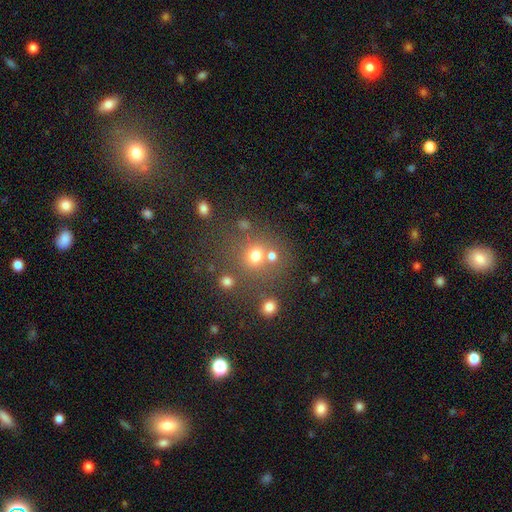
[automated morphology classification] Smooth or featured? smooth (70%)
How rounded? round (85%)
Merging? none (62%)